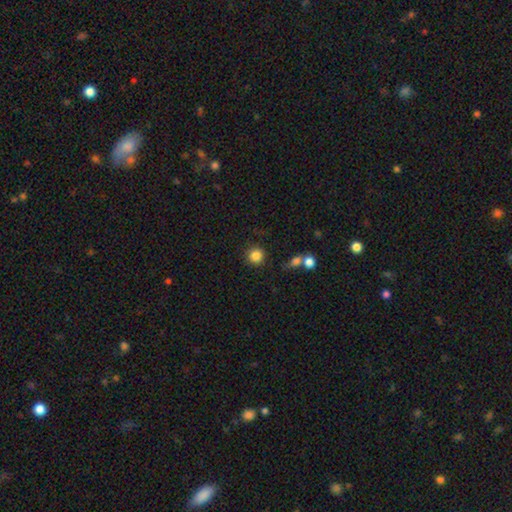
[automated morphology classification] This is clearly a smooth galaxy (85%). How rounded: clearly round (92%). Merging: clearly none (84%).